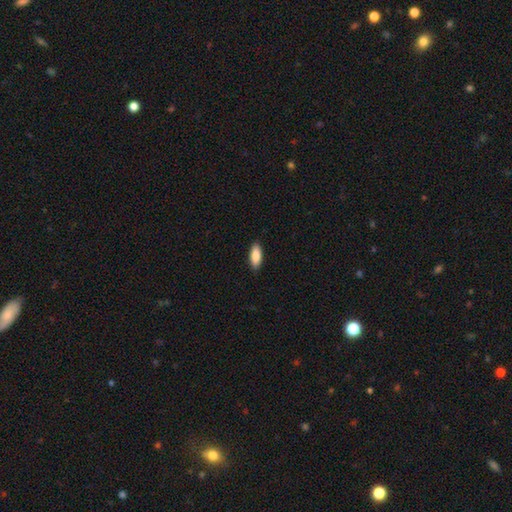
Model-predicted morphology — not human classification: smooth 86%, featured or disk 8%, star or artifact 6%. Down the decision tree: how rounded — in between (76%); merging — none (89%).